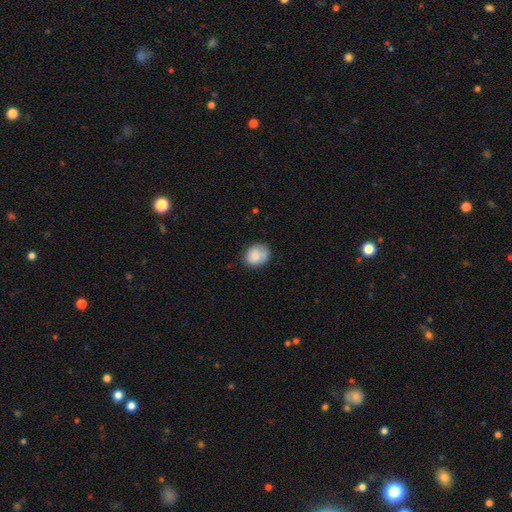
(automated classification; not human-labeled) smooth_or_featured: smooth (p=0.83) [alt: featured or disk p=0.09]
how_rounded: round (p=0.62) [alt: in between p=0.37]
merging: none (p=0.67) [alt: minor disturbance p=0.23]